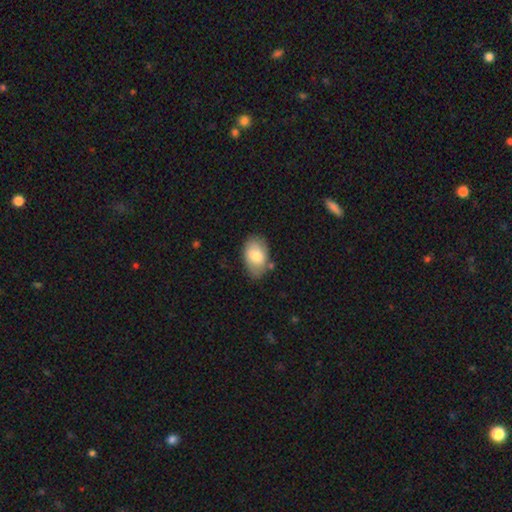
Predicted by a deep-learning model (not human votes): A smooth galaxy with no disk features (76%) that is in between round and cigar-shaped (90%).

Vote fractions:
- Smooth or featured? smooth: 76% / featured or disk: 17% / star or artifact: 6%
- How rounded? in between: 90% / round: 8% / cigar-shaped: 1%
- Merging? none: 73% / minor disturbance: 19% / merger: 4% / major disturbance: 4%